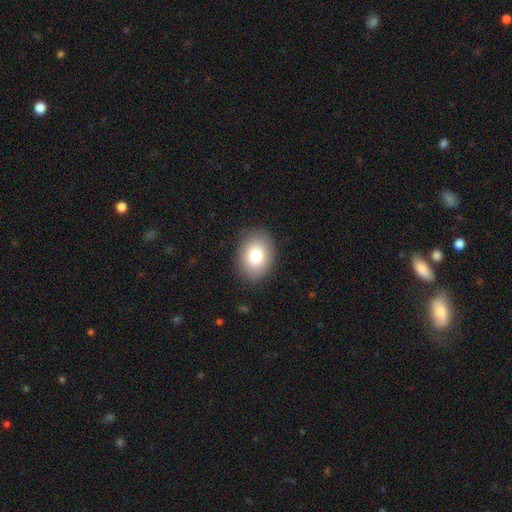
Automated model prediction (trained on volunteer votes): A smooth galaxy with no disk features (82%) that is in between round and cigar-shaped (69%). Merging: none (86%).